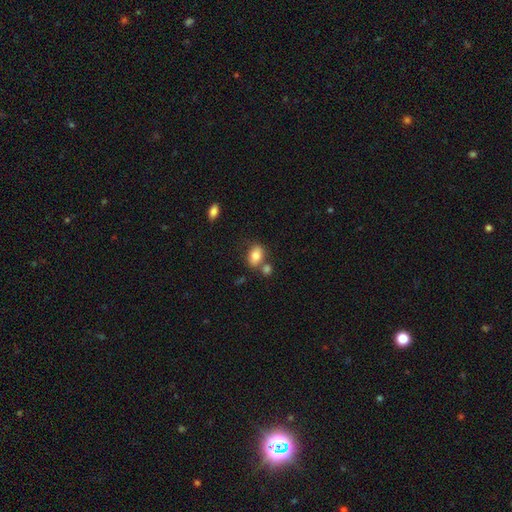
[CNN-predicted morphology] Smooth or featured? smooth (82%)
How rounded? in between (82%)
Merging? none (53%)